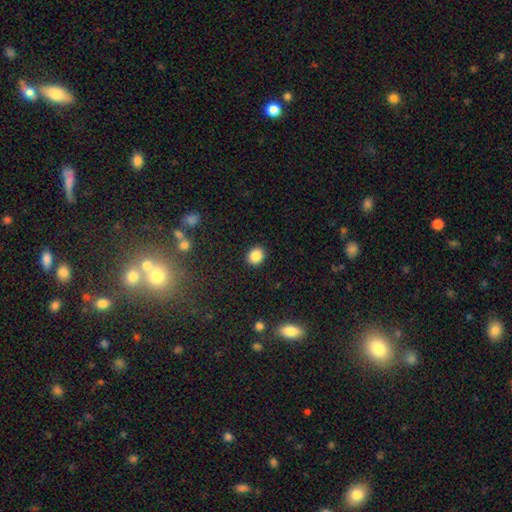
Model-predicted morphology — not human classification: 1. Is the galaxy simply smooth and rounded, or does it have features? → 86% smooth, 9% star or artifact, 4% featured or disk.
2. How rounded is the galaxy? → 69% round, 30% in between, 1% cigar-shaped.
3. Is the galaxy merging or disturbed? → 91% none, 6% minor disturbance, 2% major disturbance, 1% merger.